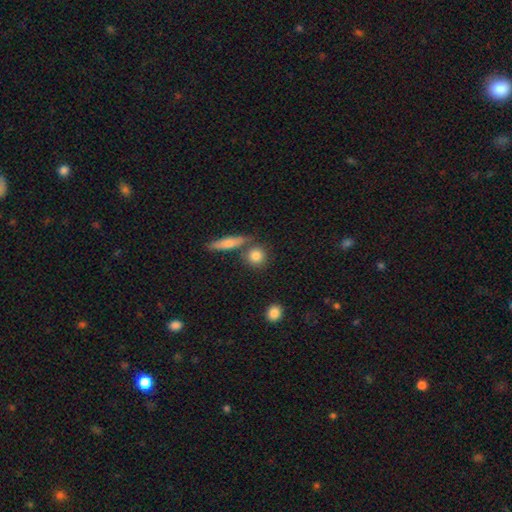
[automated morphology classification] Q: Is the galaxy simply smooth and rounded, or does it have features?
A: smooth — 82%.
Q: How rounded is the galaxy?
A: round — 82%.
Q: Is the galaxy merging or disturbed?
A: none — 71%.